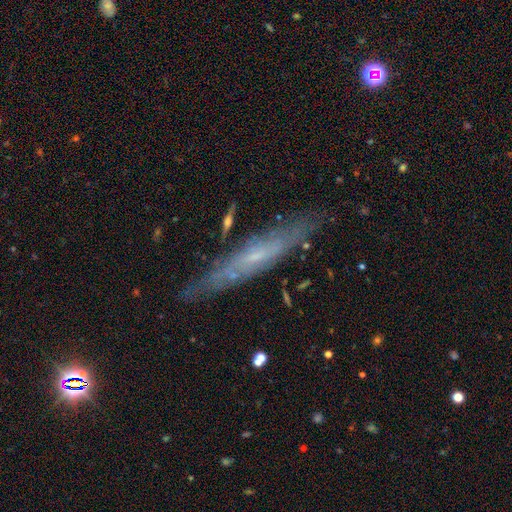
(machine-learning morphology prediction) This appears to be a featured or disk galaxy (65%) viewed edge-on (71%). Merging: none (81%).